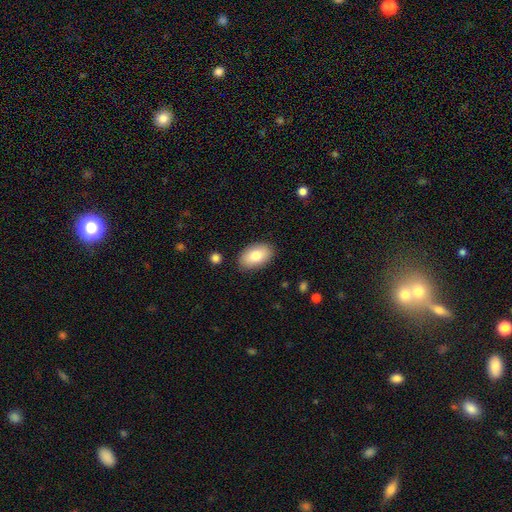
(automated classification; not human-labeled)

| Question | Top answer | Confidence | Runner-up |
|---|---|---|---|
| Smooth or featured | smooth | 80% | featured or disk (14%) |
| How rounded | in between | 92% | round (7%) |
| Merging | none | 87% | minor disturbance (9%) |